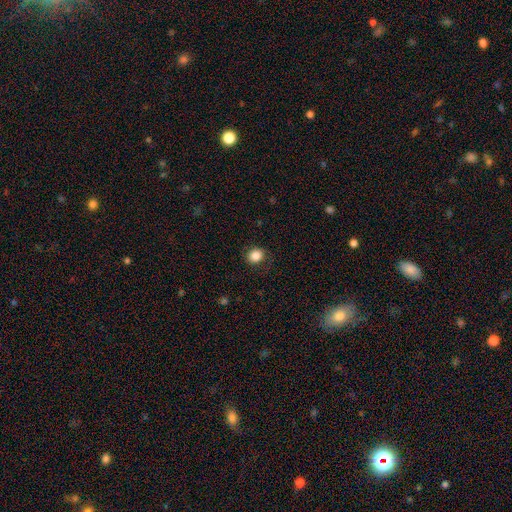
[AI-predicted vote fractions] smooth-or-featured: smooth: 85% | star or artifact: 10% | featured or disk: 5%
  how-rounded: round: 71% | in between: 28% | cigar-shaped: 1%
  merging: none: 85% | minor disturbance: 11% | major disturbance: 3% | merger: 1%